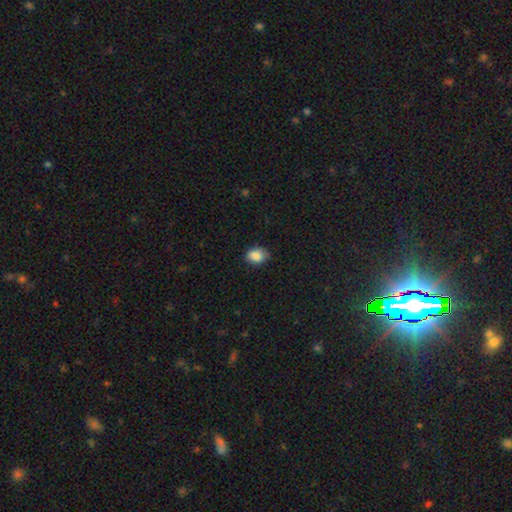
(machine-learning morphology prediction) smooth 86%, star or artifact 9%, featured or disk 5%. Down the decision tree: how rounded — in between (70%); merging — none (73%).